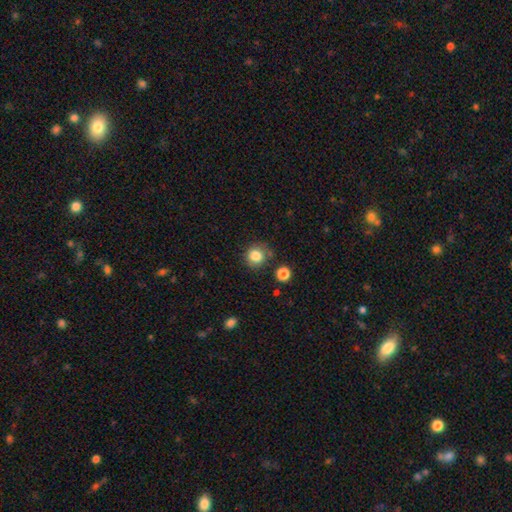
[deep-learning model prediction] A smooth galaxy with no disk features (84%) that is round (89%). Merging: none (78%).